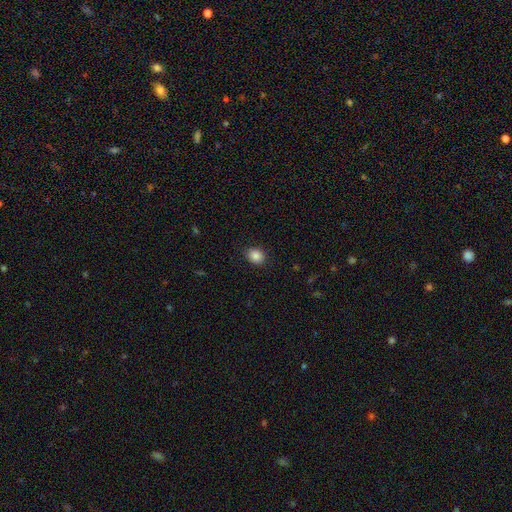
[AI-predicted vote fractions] Smooth or featured: smooth — 87% (star or artifact — 10%)
How rounded: round — 59% (in between — 40%)
Merging: none — 88% (minor disturbance — 9%)